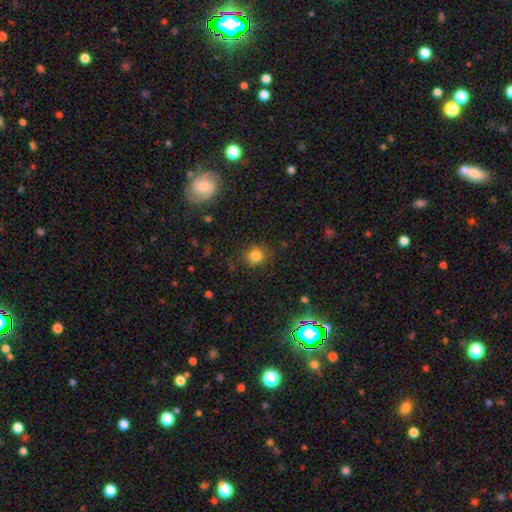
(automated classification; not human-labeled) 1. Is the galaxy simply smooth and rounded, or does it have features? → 81% smooth, 13% star or artifact, 6% featured or disk.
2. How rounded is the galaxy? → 83% round, 16% in between, 1% cigar-shaped.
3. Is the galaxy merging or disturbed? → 82% none, 12% minor disturbance, 4% major disturbance, 2% merger.